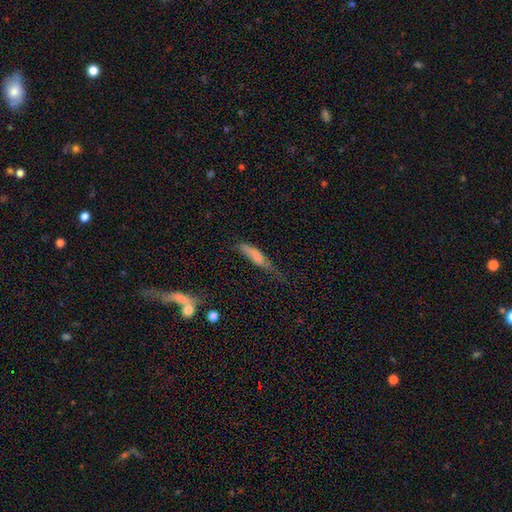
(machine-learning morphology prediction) This is likely a smooth galaxy (69%). How rounded: likely cigar-shaped (70%). Merging: marginally minor disturbance (37%).